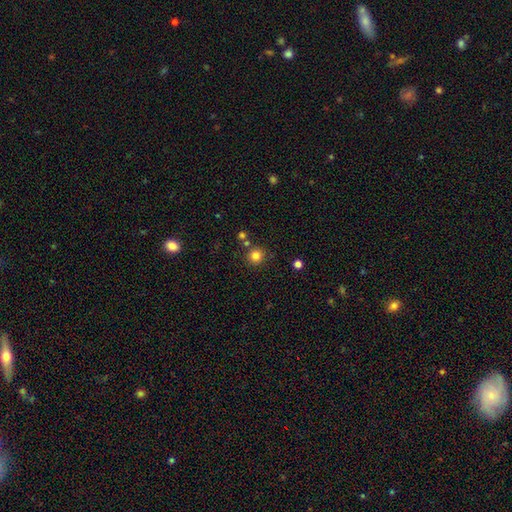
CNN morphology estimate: smooth 82%, star or artifact 13%, featured or disk 5%. Down the decision tree: how rounded — round (93%); merging — none (81%).